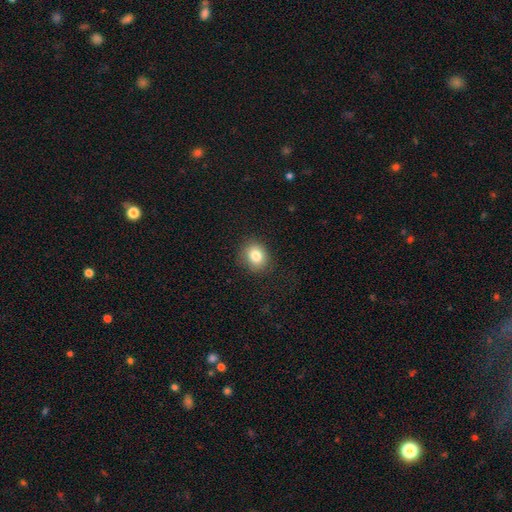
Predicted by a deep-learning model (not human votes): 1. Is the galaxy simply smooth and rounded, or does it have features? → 82% smooth, 10% star or artifact, 8% featured or disk.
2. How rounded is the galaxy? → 66% round, 33% in between, 1% cigar-shaped.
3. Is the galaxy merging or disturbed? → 87% none, 9% minor disturbance, 3% major disturbance, 1% merger.